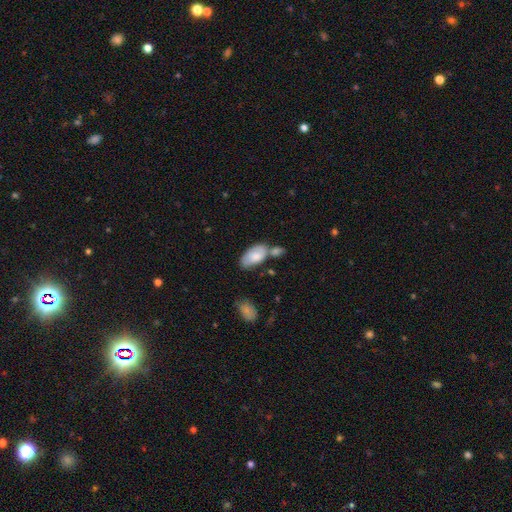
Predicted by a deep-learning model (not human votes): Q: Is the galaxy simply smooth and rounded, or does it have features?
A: smooth — 76%.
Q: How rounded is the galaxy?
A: in between — 94%.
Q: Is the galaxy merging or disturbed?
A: none — 44%.